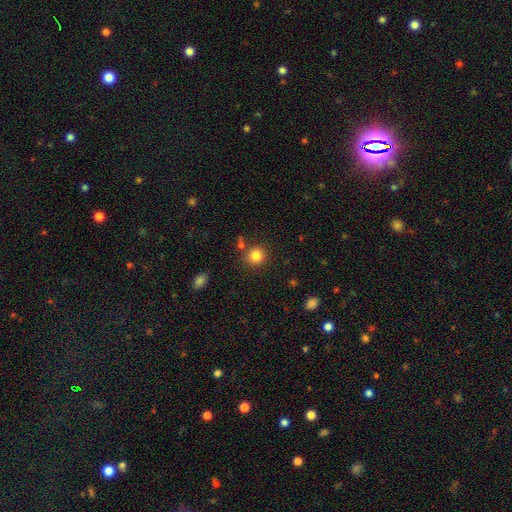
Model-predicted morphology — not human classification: smooth_or_featured: smooth (p=0.84) [alt: star or artifact p=0.11]
how_rounded: round (p=0.90) [alt: in between p=0.09]
merging: none (p=0.81) [alt: minor disturbance p=0.09]